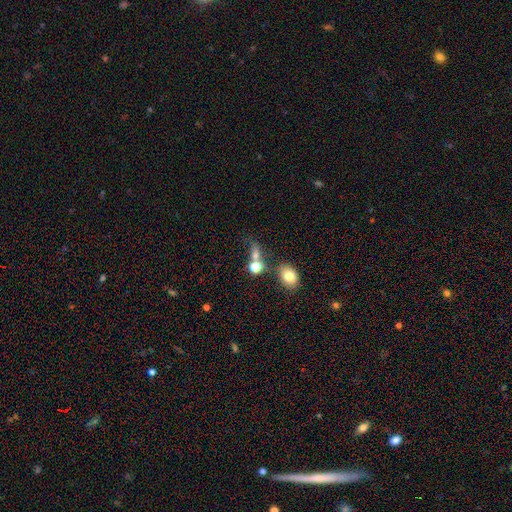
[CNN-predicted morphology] smooth_or_featured: smooth (p=0.69) [alt: star or artifact p=0.18]
how_rounded: round (p=0.50) [alt: in between p=0.44]
merging: none (p=0.43) [alt: merger p=0.33]